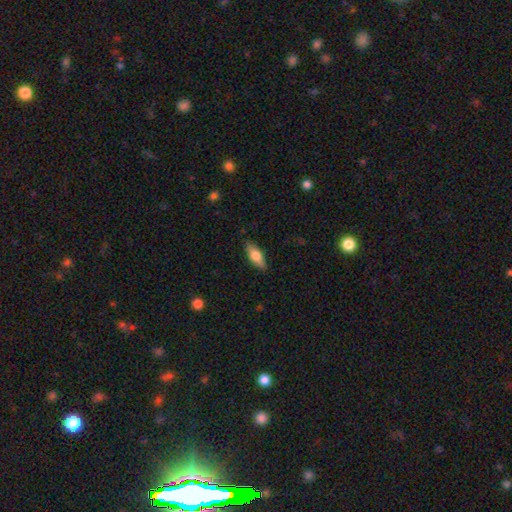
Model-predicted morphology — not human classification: Smooth or featured? Predicted: smooth (p=0.70). How rounded? Predicted: in between (p=0.69). Merging? Predicted: none (p=0.87).